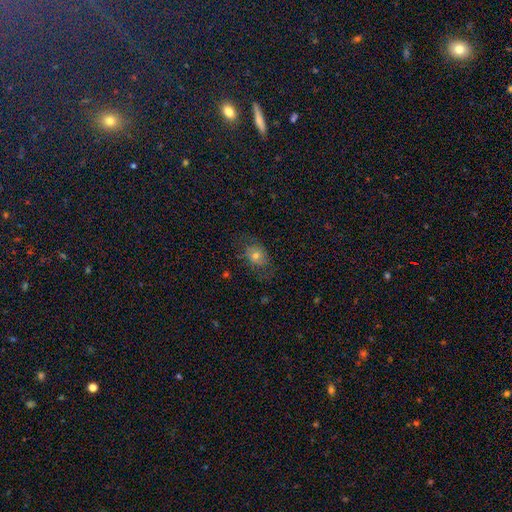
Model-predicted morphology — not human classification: Smooth or featured: smooth — 63% (featured or disk — 26%)
How rounded: in between — 60% (round — 38%)
Merging: none — 63% (minor disturbance — 22%)